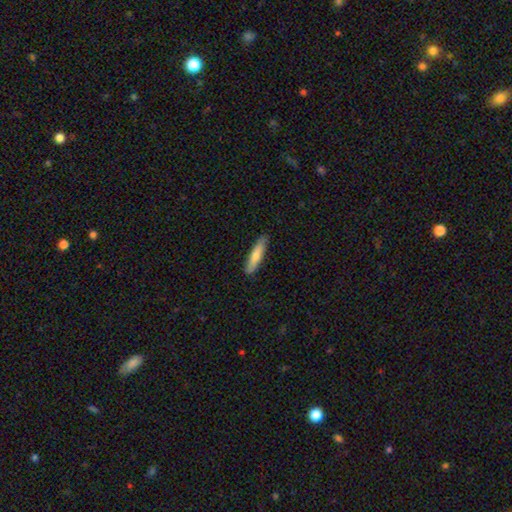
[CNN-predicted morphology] Smooth or featured?
  - smooth: 68% *
  - featured or disk: 26%
  - star or artifact: 6%
How rounded?
  - cigar-shaped: 84% *
  - in between: 14%
  - round: 2%
Merging?
  - none: 87% *
  - minor disturbance: 10%
  - major disturbance: 2%
  - merger: 1%